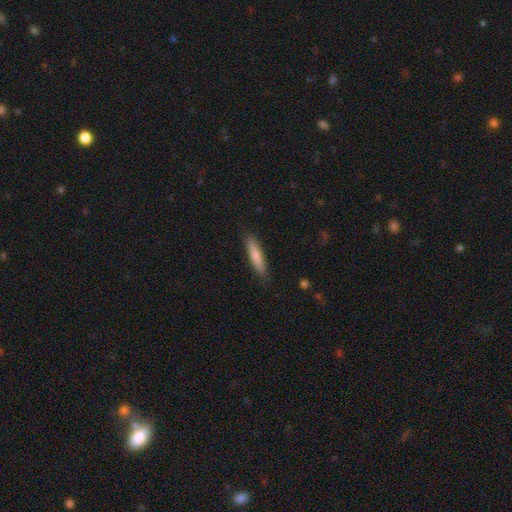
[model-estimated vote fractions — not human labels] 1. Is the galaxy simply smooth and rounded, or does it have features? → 76% smooth, 19% featured or disk, 5% star or artifact.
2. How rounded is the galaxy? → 86% cigar-shaped, 13% in between, 1% round.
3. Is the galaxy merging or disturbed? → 87% none, 10% minor disturbance, 2% major disturbance, 1% merger.